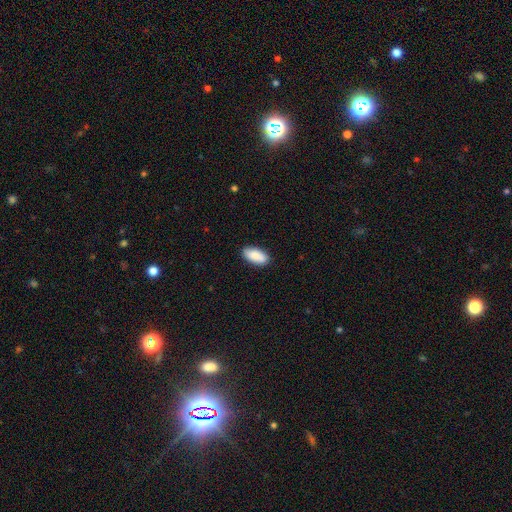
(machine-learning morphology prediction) smooth-or-featured: smooth: 88% | star or artifact: 6% | featured or disk: 6%
  how-rounded: in between: 91% | cigar-shaped: 7% | round: 2%
  merging: none: 88% | minor disturbance: 9% | major disturbance: 2% | merger: 1%